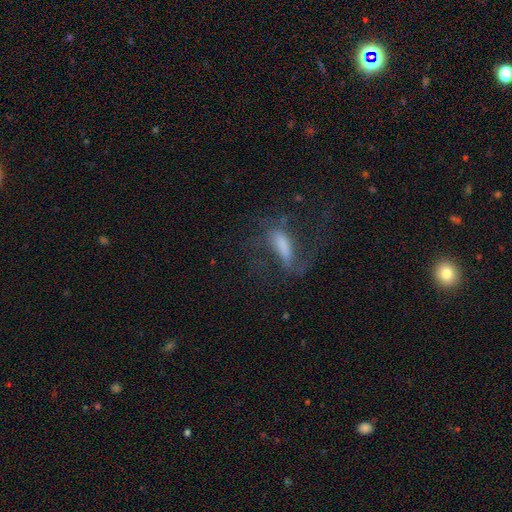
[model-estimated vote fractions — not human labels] This is likely a featured or disk galaxy (62%). It is likely not viewed edge-on (79%). Merging: possibly none (58%).